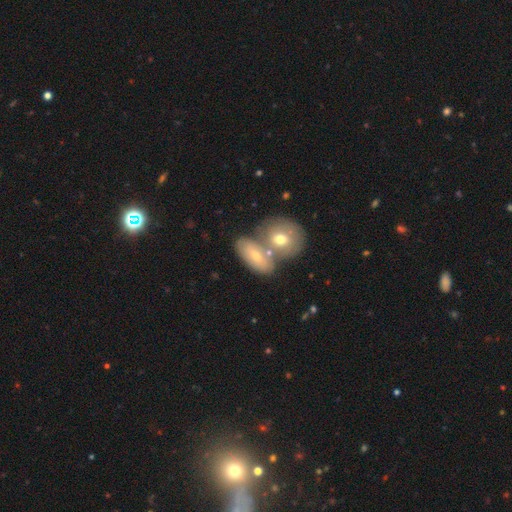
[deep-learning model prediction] This appears to be a smooth galaxy with no disk features (62%) that is in between round and cigar-shaped (74%). Merging: merger (49%).